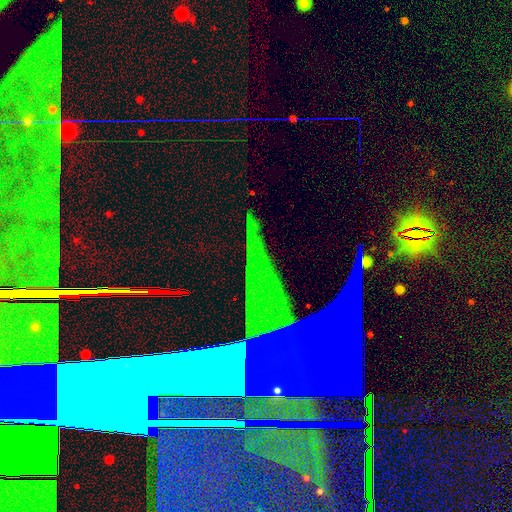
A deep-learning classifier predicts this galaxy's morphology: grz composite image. It shows a star or artifact, not a galaxy (66%).